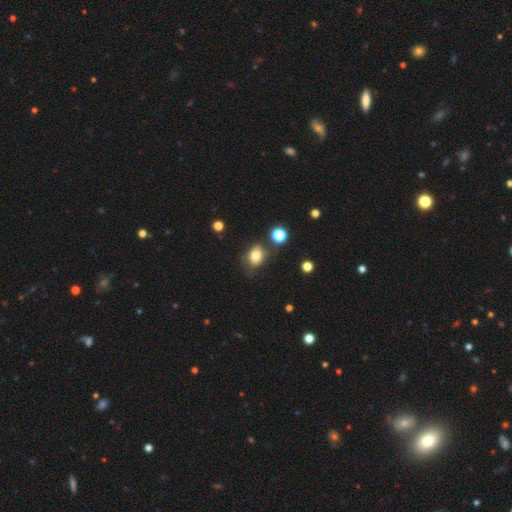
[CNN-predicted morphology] This appears to be a smooth galaxy with no disk features (78%) that is in between round and cigar-shaped (62%). Merging: none (63%).